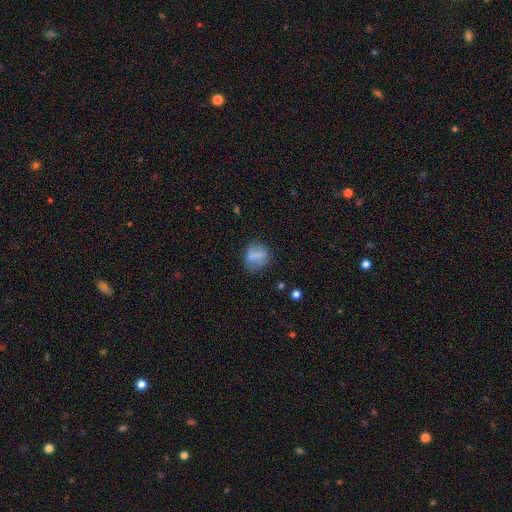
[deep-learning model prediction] Smooth or featured? smooth (67%)
How rounded? round (60%)
Merging? none (67%)